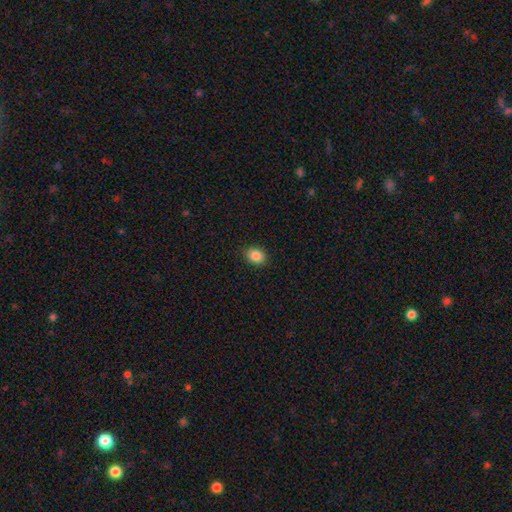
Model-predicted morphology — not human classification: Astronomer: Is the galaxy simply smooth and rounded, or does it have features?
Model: smooth — 86%.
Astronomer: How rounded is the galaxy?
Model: in between — 56% (runner-up: round, 43%).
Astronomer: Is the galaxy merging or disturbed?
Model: none — 89%.